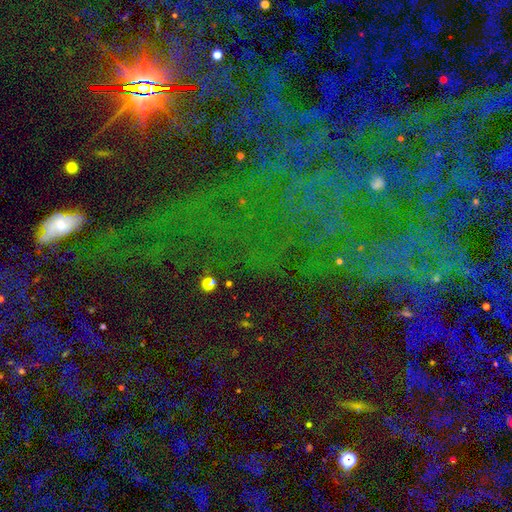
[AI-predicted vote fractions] A star or artifact, not a galaxy (80%).

Vote fractions:
- Smooth or featured? star or artifact: 80% / smooth: 11% / featured or disk: 9%